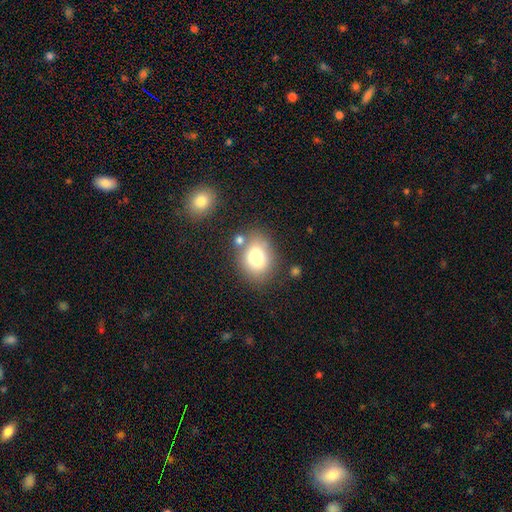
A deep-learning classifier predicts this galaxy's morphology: This appears to be a smooth galaxy with no disk features (78%) that is in between round and cigar-shaped (64%). Merging: none (62%).